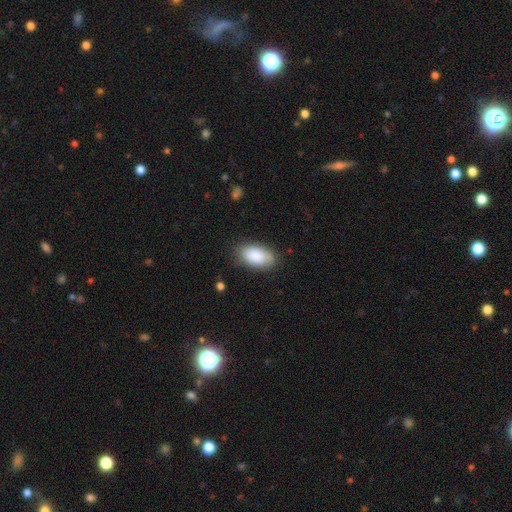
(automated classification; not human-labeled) Overall: smooth (88%). How rounded: in between (94%). Merging: none (80%).